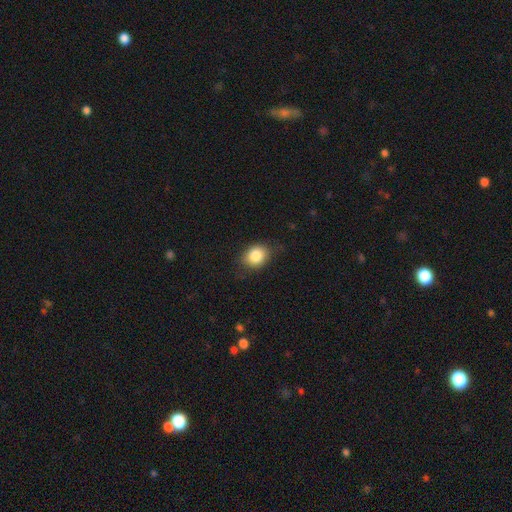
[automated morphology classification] The model was most divided on "how rounded": in between: 53%, round: 46%, cigar-shaped: 1%. More confident: smooth or featured — smooth (84%); merging — none (76%).